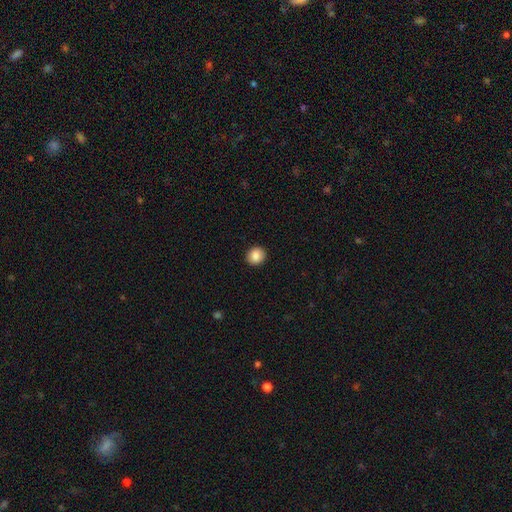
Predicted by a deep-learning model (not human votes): This is clearly a smooth galaxy (88%). How rounded: clearly round (85%). Merging: clearly none (92%).